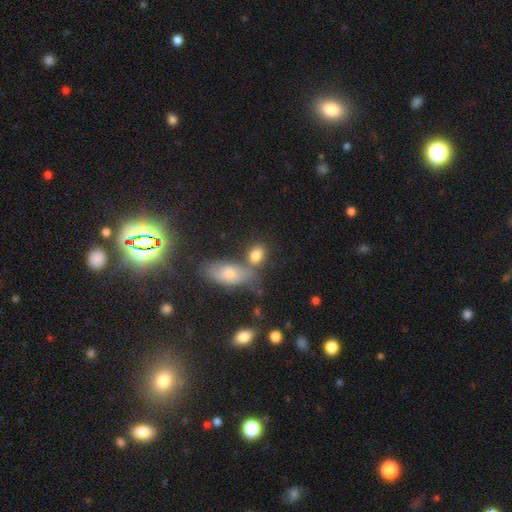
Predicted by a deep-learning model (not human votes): The model was most divided on "merging": none: 52%, merger: 27%, minor disturbance: 15%, major disturbance: 6%. More confident: smooth or featured — smooth (77%); how rounded — in between (76%).